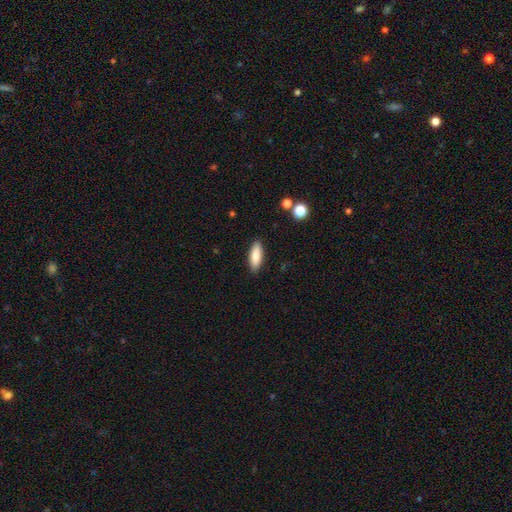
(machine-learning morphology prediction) smooth-or-featured: smooth: 85% | featured or disk: 8% | star or artifact: 6%
  how-rounded: in between: 62% | cigar-shaped: 36% | round: 2%
  merging: none: 89% | minor disturbance: 8% | major disturbance: 2% | merger: 1%